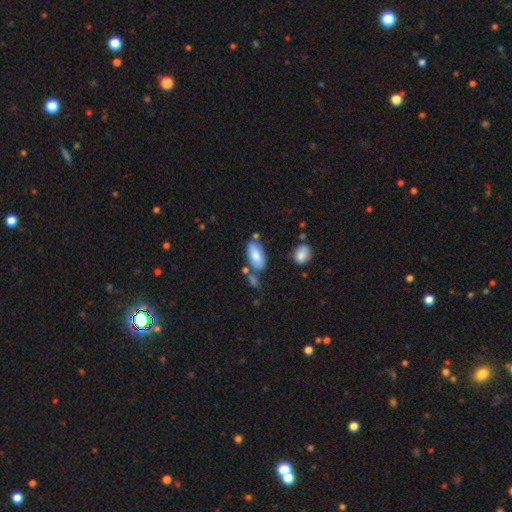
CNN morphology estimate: Smooth or featured?
  - smooth: 77% *
  - featured or disk: 16%
  - star or artifact: 6%
How rounded?
  - in between: 88% *
  - cigar-shaped: 9%
  - round: 2%
Merging?
  - none: 65% *
  - minor disturbance: 18%
  - merger: 13%
  - major disturbance: 5%